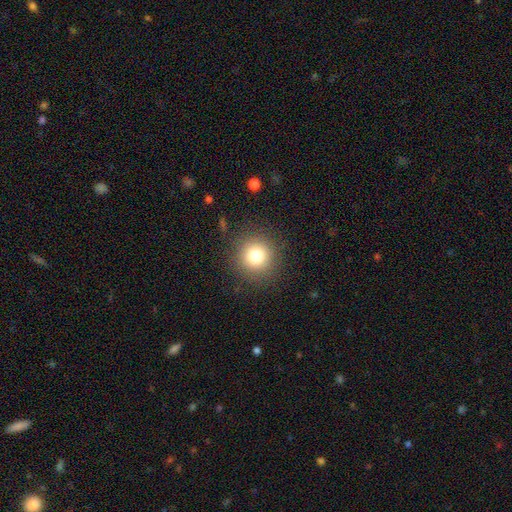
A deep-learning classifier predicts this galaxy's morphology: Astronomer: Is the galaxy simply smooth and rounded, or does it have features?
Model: smooth — 79%.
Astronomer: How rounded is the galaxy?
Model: round — 94%.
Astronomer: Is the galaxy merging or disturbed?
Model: none — 88%.